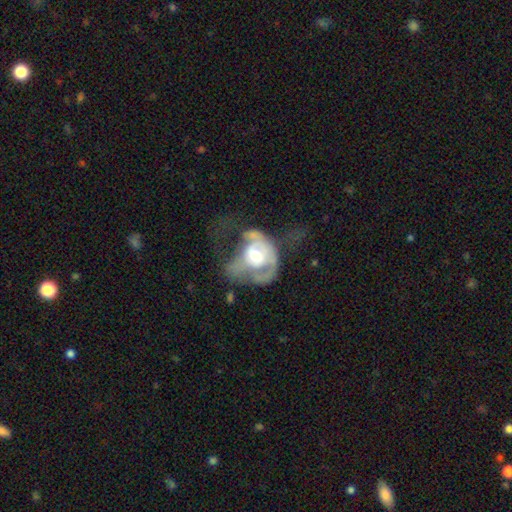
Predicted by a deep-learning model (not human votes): The model was most divided on "spiral arms": no: 58%, yes: 42%. More confident: edge-on disk — no (96%); bar — no (73%); smooth or featured — featured or disk (62%); merging — major disturbance (59%); bulge size — moderate (58%).